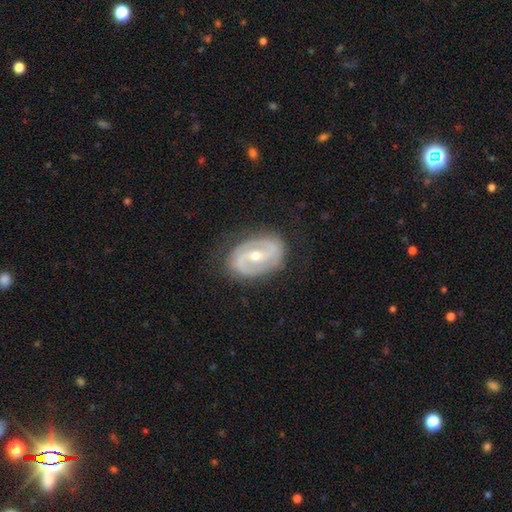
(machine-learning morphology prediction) smooth_or_featured: featured or disk (p=0.82) [alt: smooth p=0.13]
disk_edge_on: no (p=0.96) [alt: yes p=0.04]
bar: weak (p=0.42) [alt: strong p=0.31]
has_spiral_arms: yes (p=0.84) [alt: no p=0.16]
spiral_winding: medium (p=0.43) [alt: tight p=0.39]
spiral_arm_count: 2 (p=0.84) [alt: can't tell p=0.09]
bulge_size: moderate (p=0.58) [alt: small p=0.38]
merging: none (p=0.80) [alt: minor disturbance p=0.14]